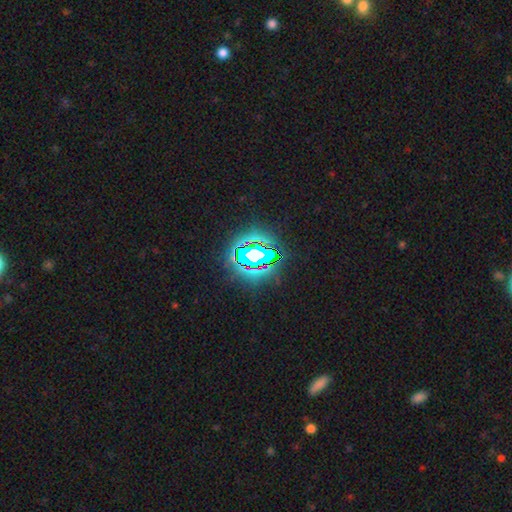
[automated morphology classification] The model was most divided on "smooth or featured": star or artifact: 74%, smooth: 14%, featured or disk: 12%.